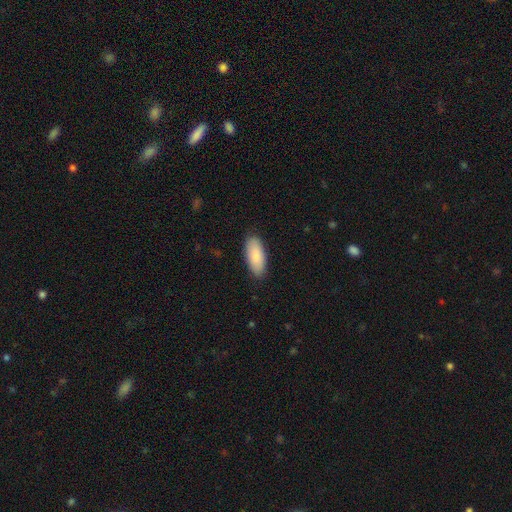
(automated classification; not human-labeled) This is clearly a smooth galaxy (89%). How rounded: clearly in between (87%). Merging: clearly none (87%).